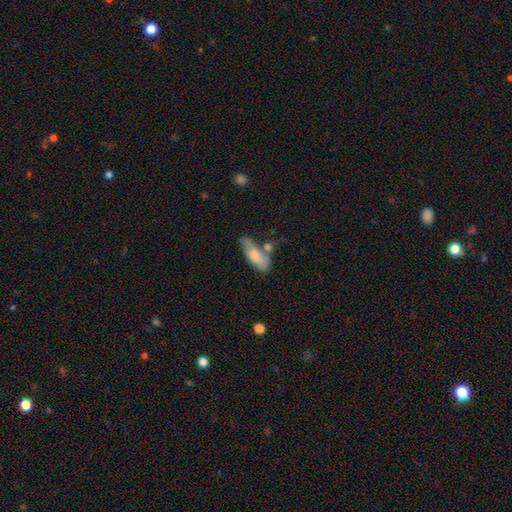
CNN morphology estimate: A smooth galaxy with no disk features (76%) that is in between round and cigar-shaped (73%). Merging: none (47%).